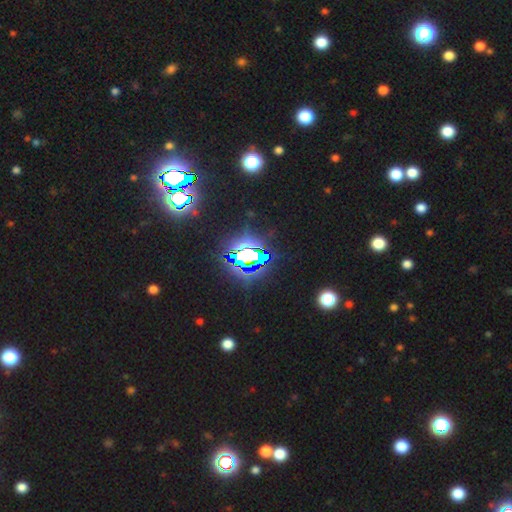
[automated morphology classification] Smooth or featured? Predicted: star or artifact (p=0.75).